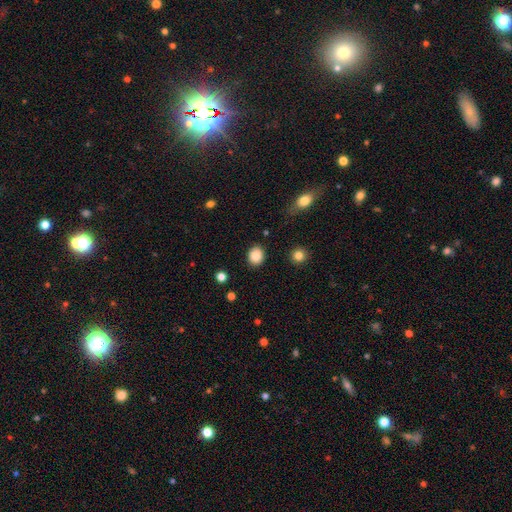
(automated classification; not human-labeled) Smooth or featured?
  - smooth: 87% *
  - star or artifact: 9%
  - featured or disk: 4%
How rounded?
  - round: 61% *
  - in between: 38%
  - cigar-shaped: 1%
Merging?
  - none: 87% *
  - minor disturbance: 8%
  - major disturbance: 3%
  - merger: 2%